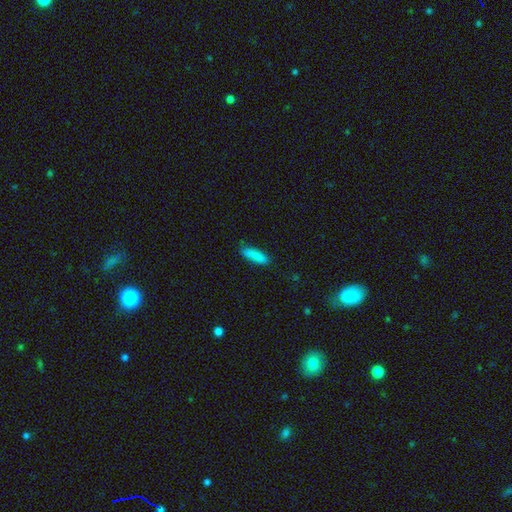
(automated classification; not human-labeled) Overall: smooth (87%). How rounded: cigar-shaped (57%; in between 42%). Merging: none (78%).